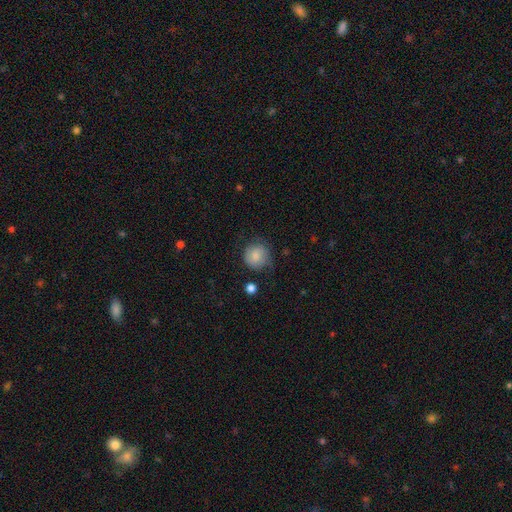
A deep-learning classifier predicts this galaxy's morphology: The model was most divided on "merging": none: 69%, minor disturbance: 23%, major disturbance: 6%, merger: 2%. More confident: how rounded — round (89%); smooth or featured — smooth (83%).